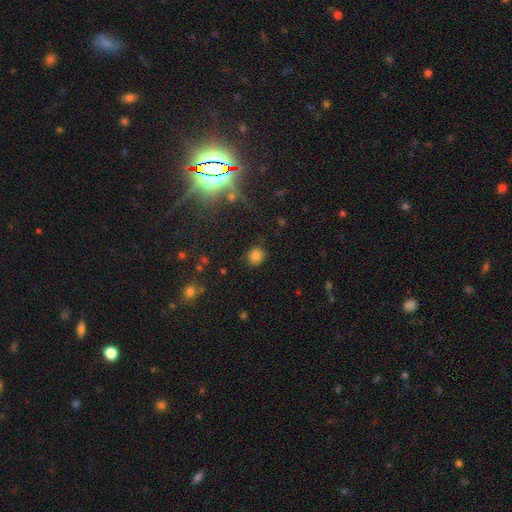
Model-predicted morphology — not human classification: Smooth or featured?
  - smooth: 80% *
  - star or artifact: 14%
  - featured or disk: 6%
How rounded?
  - round: 81% *
  - in between: 18%
  - cigar-shaped: 1%
Merging?
  - none: 86% *
  - minor disturbance: 9%
  - major disturbance: 3%
  - merger: 2%